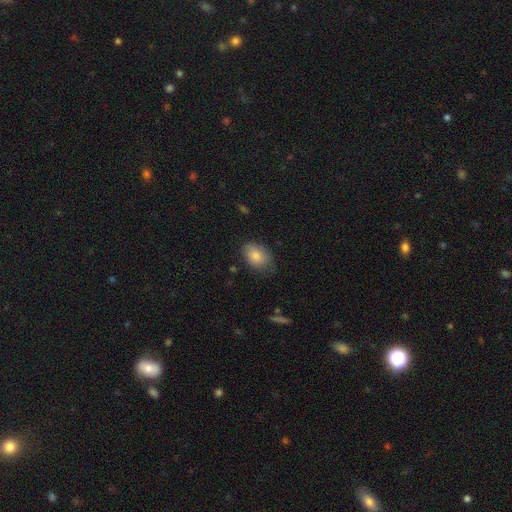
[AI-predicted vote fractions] Smooth or featured: smooth — 83% (featured or disk — 10%)
How rounded: in between — 79% (round — 20%)
Merging: none — 72% (minor disturbance — 22%)